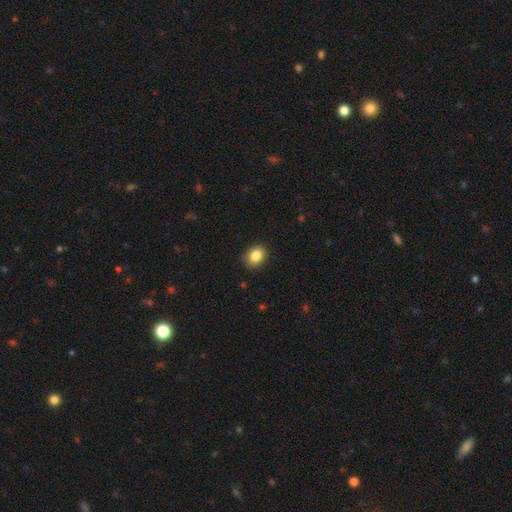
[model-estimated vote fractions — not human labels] The model was most divided on "how rounded" (2-way tie): round: 50%, in between: 50%, cigar-shaped: 1%. More confident: smooth or featured — smooth (86%); merging — none (86%).